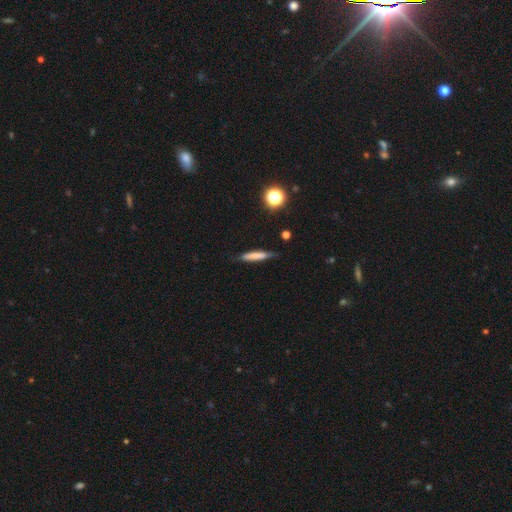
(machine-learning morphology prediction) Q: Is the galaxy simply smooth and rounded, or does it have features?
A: smooth — 69%.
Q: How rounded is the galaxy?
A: cigar-shaped — 90%.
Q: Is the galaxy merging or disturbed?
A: none — 78%.